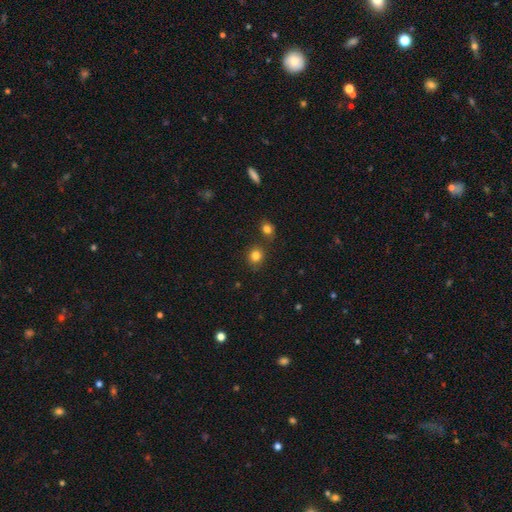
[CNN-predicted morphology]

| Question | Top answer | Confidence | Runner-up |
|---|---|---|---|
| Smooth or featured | smooth | 82% | star or artifact (12%) |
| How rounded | round | 80% | in between (19%) |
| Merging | none | 78% | minor disturbance (10%) |